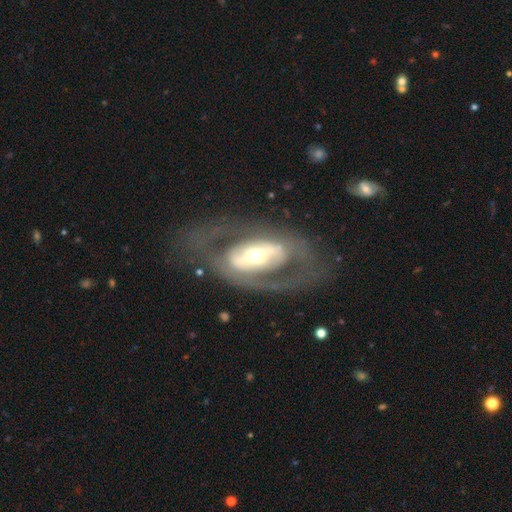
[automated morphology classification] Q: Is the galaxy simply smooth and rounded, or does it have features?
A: featured or disk — 77%.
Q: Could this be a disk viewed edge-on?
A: no — 90%.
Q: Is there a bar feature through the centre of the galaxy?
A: strong — 41%.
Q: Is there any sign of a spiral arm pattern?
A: no — 51%.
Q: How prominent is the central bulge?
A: moderate — 62%.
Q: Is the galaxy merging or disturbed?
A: none — 66%.